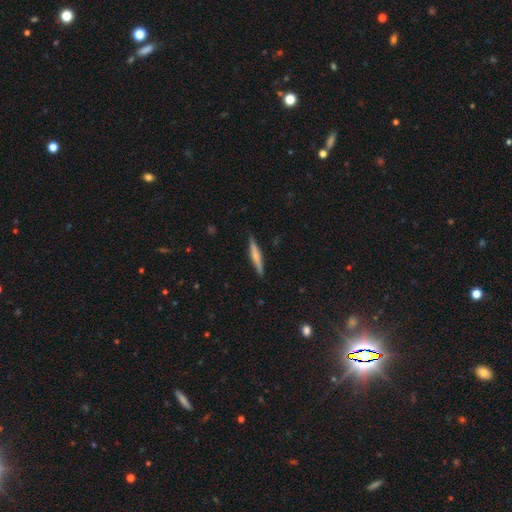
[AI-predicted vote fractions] Q: Smooth or featured?
A: smooth (56%); runner-up: featured or disk (39%)
Q: How rounded?
A: cigar-shaped (93%); runner-up: in between (5%)
Q: Merging?
A: none (88%); runner-up: minor disturbance (9%)